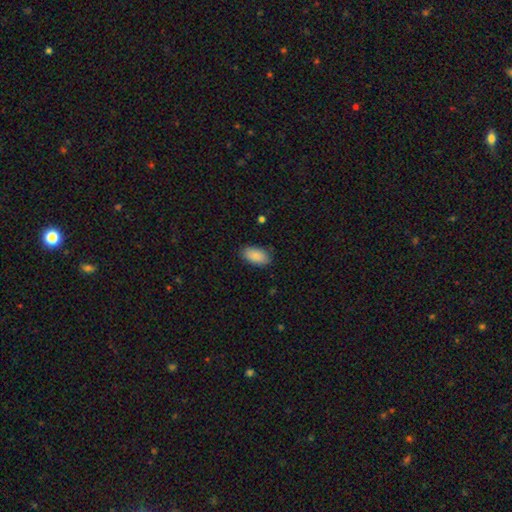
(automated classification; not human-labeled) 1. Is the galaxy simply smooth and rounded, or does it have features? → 87% smooth, 7% star or artifact, 6% featured or disk.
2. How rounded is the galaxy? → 94% in between, 3% round, 2% cigar-shaped.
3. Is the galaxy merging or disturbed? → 85% none, 12% minor disturbance, 3% major disturbance, 1% merger.